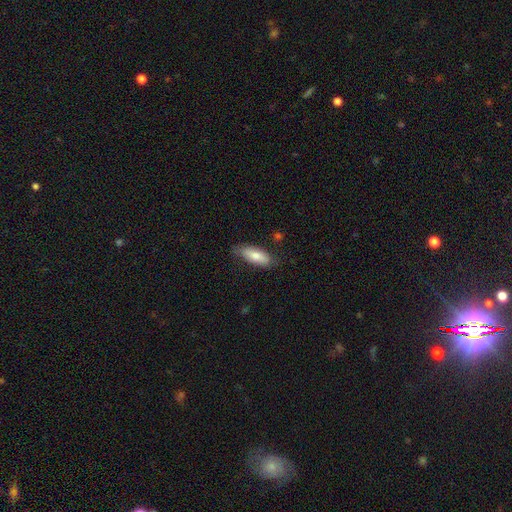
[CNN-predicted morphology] smooth 73%, featured or disk 21%, star or artifact 7%. Down the decision tree: how rounded — in between (70%); merging — none (74%).